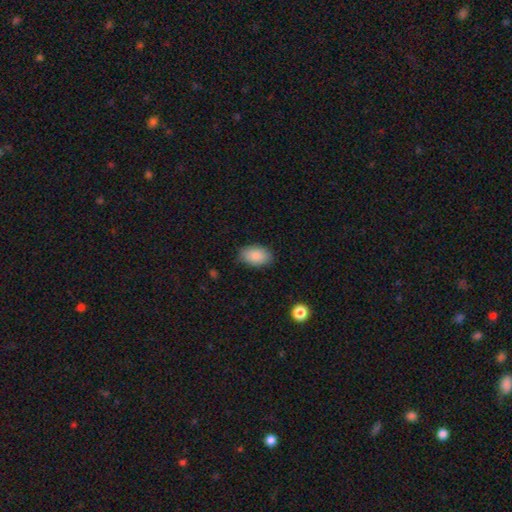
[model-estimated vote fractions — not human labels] A smooth galaxy with no disk features (87%) that is in between round and cigar-shaped (91%).

Vote fractions:
- Smooth or featured? smooth: 87% / star or artifact: 7% / featured or disk: 6%
- How rounded? in between: 91% / round: 8% / cigar-shaped: 1%
- Merging? none: 85% / minor disturbance: 12% / major disturbance: 2% / merger: 1%